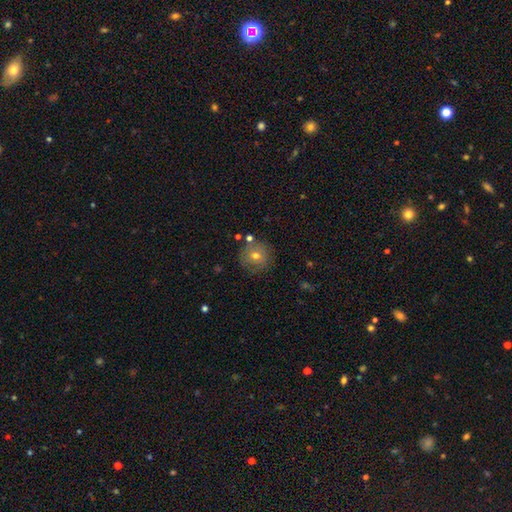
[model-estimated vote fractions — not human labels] Q: Smooth or featured?
A: smooth (64%); runner-up: featured or disk (25%)
Q: How rounded?
A: round (93%); runner-up: in between (6%)
Q: Merging?
A: none (78%); runner-up: minor disturbance (13%)